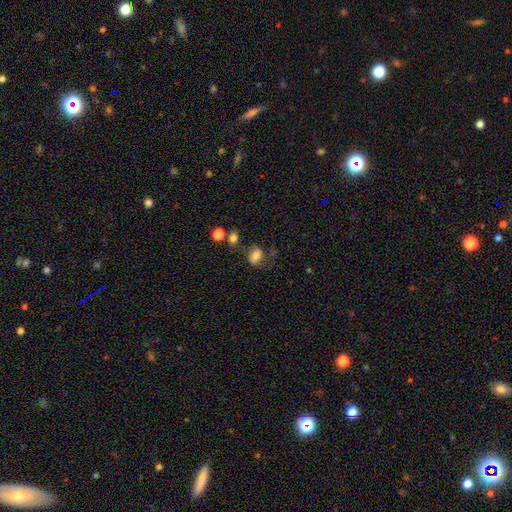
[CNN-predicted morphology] Overall: smooth (73%). How rounded: in between (64%; round 35%). Merging: none (56%; minor disturbance 23%).